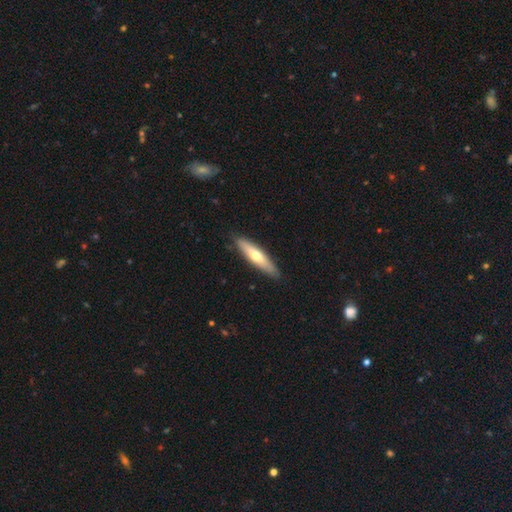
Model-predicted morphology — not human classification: A smooth galaxy with no disk features (56%) that is cigar-shaped (77%). Merging: none (87%).